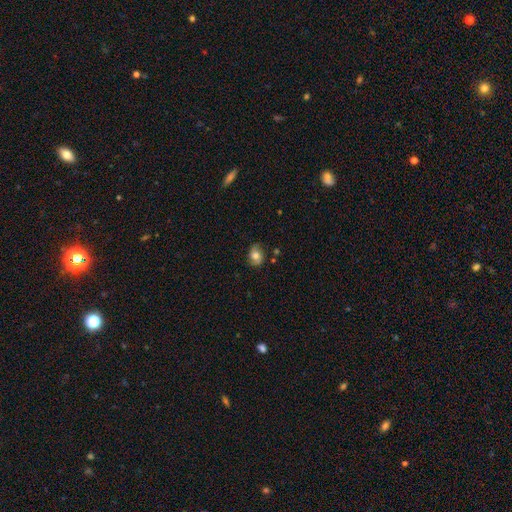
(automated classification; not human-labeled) Morphology: type=smooth (54%); roundness=in between (56%); merging=none (71%).